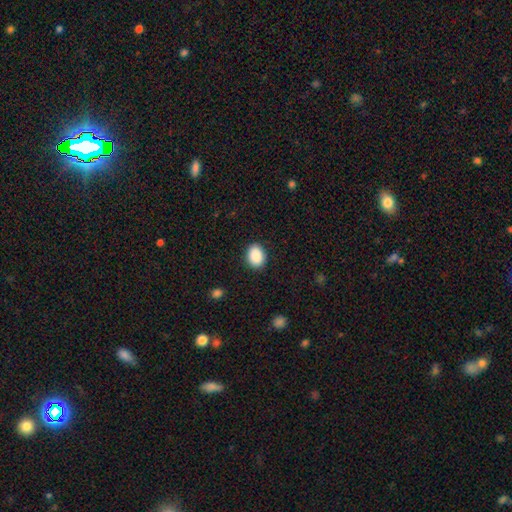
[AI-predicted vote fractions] Morphology: type=smooth (90%); roundness=in between (65%); merging=none (89%).